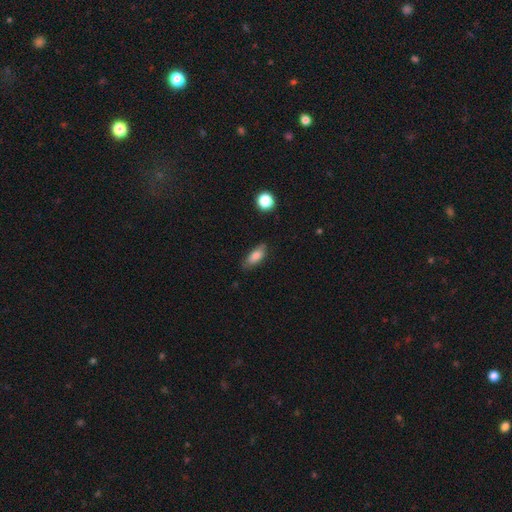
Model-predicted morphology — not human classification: Q: Smooth or featured?
A: smooth (80%); runner-up: featured or disk (12%)
Q: How rounded?
A: in between (75%); runner-up: cigar-shaped (21%)
Q: Merging?
A: none (76%); runner-up: minor disturbance (19%)